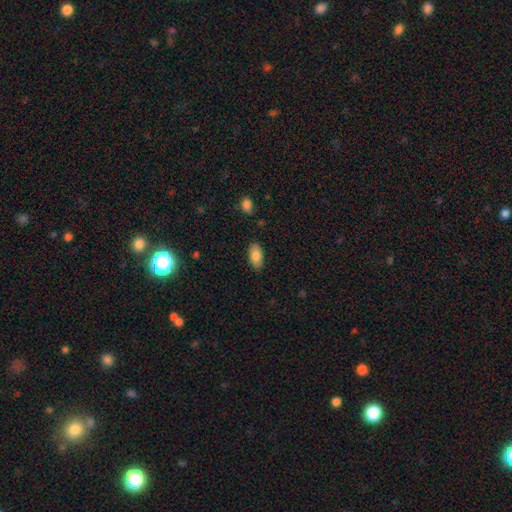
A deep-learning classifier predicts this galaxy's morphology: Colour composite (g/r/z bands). It shows a smooth galaxy with no disk features (85%) that is in between round and cigar-shaped (93%). Merging: none (86%).